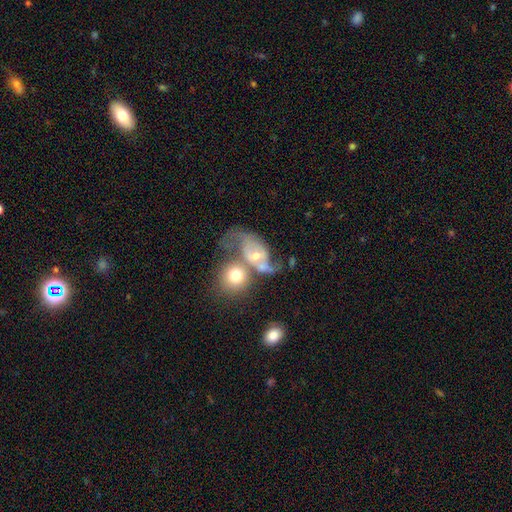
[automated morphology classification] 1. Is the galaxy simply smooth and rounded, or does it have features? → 57% featured or disk, 33% smooth, 9% star or artifact.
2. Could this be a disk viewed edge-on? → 95% no, 5% yes.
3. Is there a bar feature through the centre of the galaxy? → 70% no, 22% weak, 8% strong.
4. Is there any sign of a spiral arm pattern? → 64% yes, 36% no.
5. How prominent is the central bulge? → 55% moderate, 34% small, 6% large, 3% none, 2% dominant.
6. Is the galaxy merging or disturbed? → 51% merger, 22% major disturbance, 17% none, 10% minor disturbance.